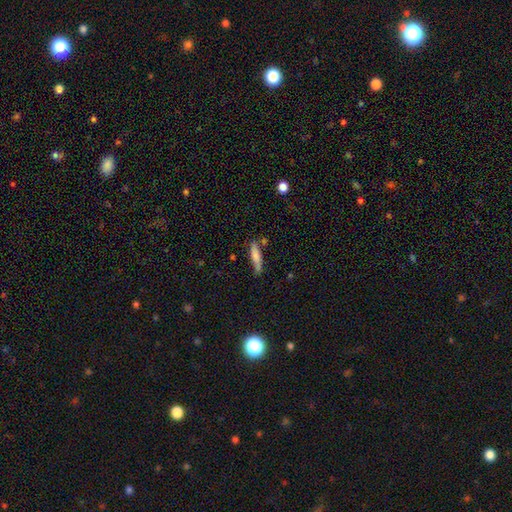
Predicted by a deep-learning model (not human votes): Q: Smooth or featured?
A: smooth (73%); runner-up: featured or disk (21%)
Q: How rounded?
A: cigar-shaped (78%); runner-up: in between (20%)
Q: Merging?
A: none (64%); runner-up: minor disturbance (23%)